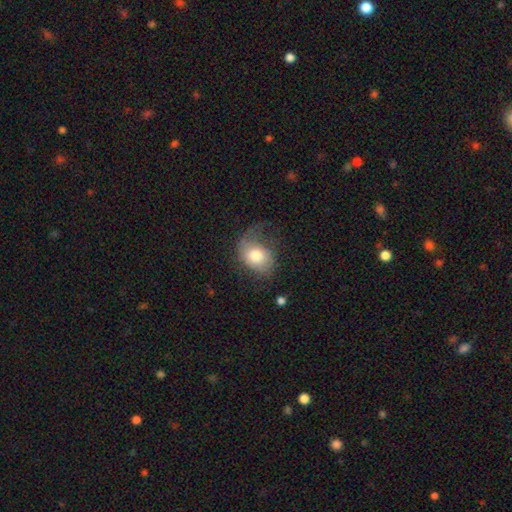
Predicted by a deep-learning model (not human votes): Smooth or featured? Predicted: smooth (p=0.64). How rounded? Predicted: in between (p=0.59). Merging? Predicted: none (p=0.36).